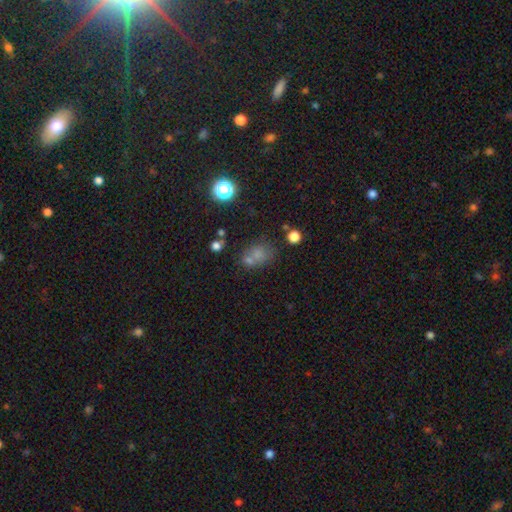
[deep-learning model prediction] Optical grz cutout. It shows a smooth galaxy with no disk features (66%) that is in between round and cigar-shaped (50%). Merging: none (46%).